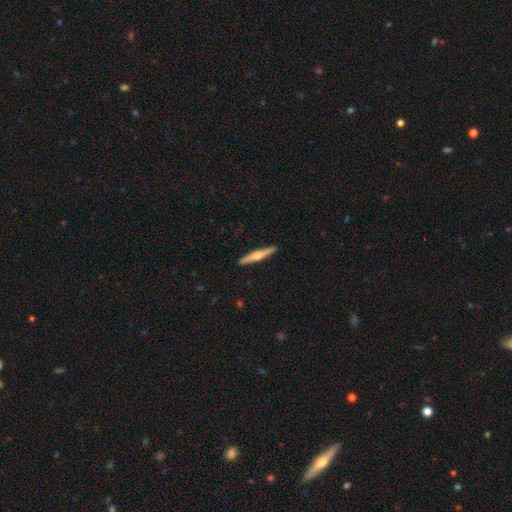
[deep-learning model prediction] Q: Smooth or featured?
A: featured or disk (66%); runner-up: smooth (28%)
Q: Edge-on disk?
A: yes (97%); runner-up: no (3%)
Q: Edge-on bulge?
A: rounded (89%); runner-up: none (7%)
Q: Merging?
A: none (92%); runner-up: minor disturbance (6%)